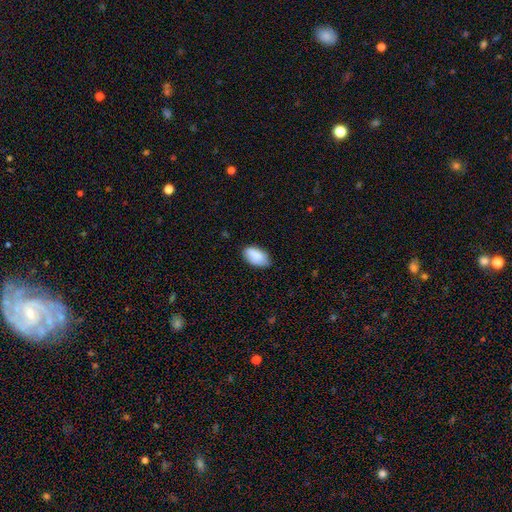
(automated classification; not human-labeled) This appears to be a smooth galaxy with no disk features (85%) that is in between round and cigar-shaped (94%). Merging: none (69%).